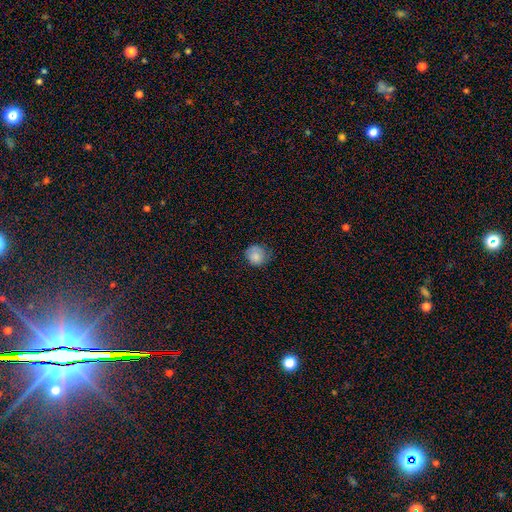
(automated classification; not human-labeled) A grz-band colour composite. It shows a smooth galaxy with no disk features (84%) that is round (84%). Merging: none (63%).